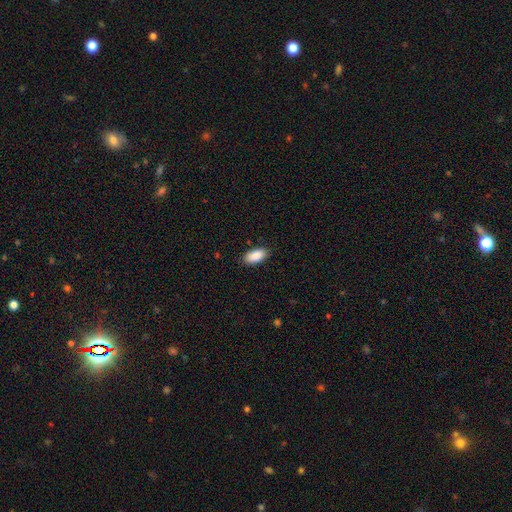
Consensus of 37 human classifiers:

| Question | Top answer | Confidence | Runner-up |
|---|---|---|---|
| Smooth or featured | smooth | 92% | star or artifact (5%) |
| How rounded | in between | 100% | — |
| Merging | none | 91% | minor disturbance (6%) |